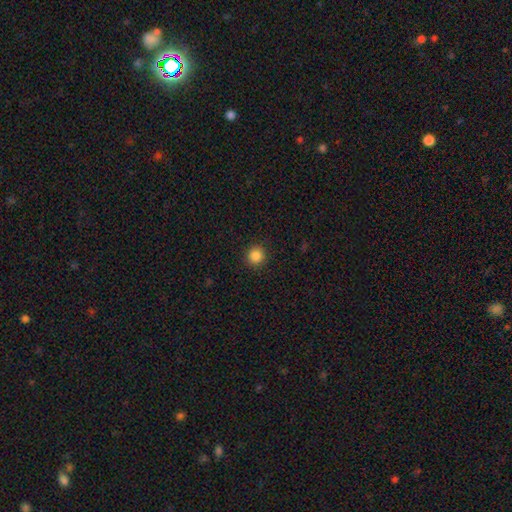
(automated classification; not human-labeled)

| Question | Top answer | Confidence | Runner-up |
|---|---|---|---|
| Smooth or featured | smooth | 86% | star or artifact (11%) |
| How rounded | round | 94% | in between (5%) |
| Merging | none | 92% | minor disturbance (5%) |